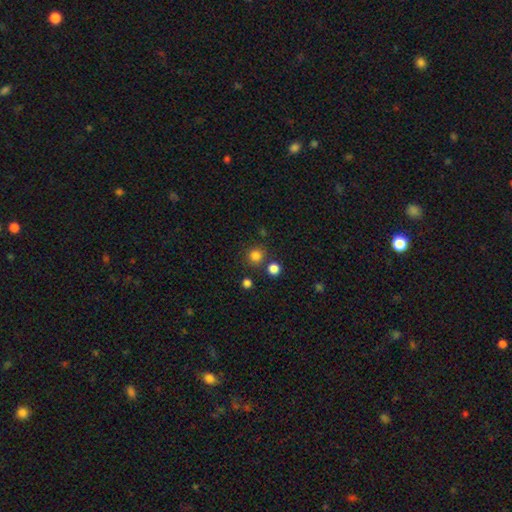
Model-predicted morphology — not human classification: This is clearly a smooth galaxy (81%). How rounded: clearly round (92%). Merging: likely none (79%).